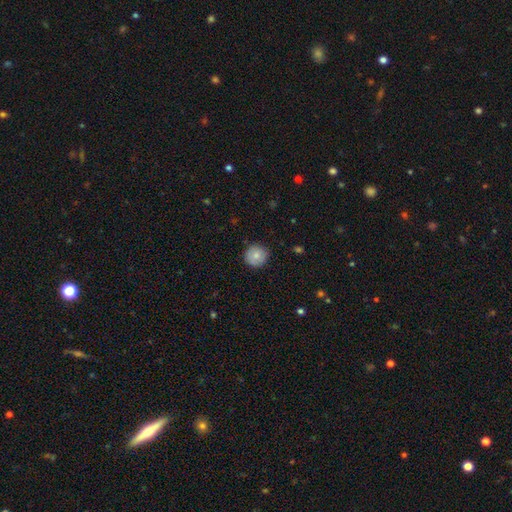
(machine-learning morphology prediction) smooth-or-featured: smooth: 81% | featured or disk: 12% | star or artifact: 8%
  how-rounded: round: 94% | in between: 5% | cigar-shaped: 1%
  merging: none: 86% | minor disturbance: 11% | major disturbance: 2% | merger: 1%